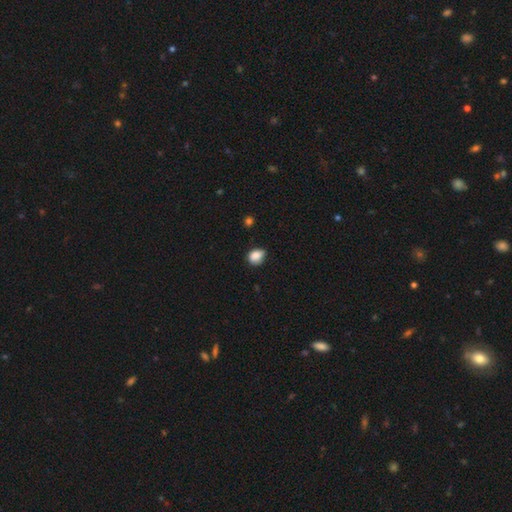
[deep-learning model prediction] The model was most divided on "how rounded": in between: 62%, round: 37%, cigar-shaped: 1%. More confident: smooth or featured — smooth (87%); merging — none (61%).